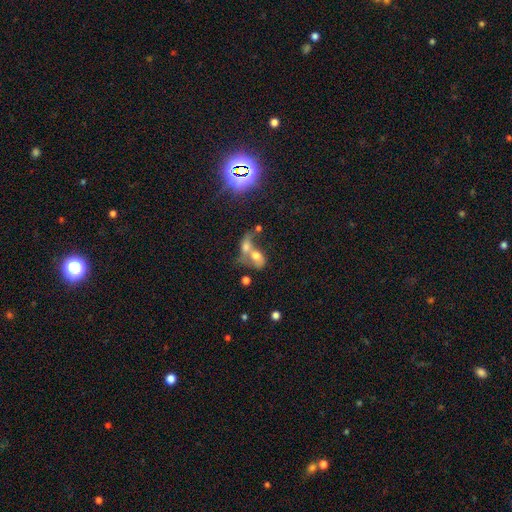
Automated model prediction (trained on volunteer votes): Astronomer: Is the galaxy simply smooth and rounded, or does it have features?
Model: smooth — 59%.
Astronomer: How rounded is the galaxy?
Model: in between — 71%.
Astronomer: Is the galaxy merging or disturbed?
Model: merger — 76%.